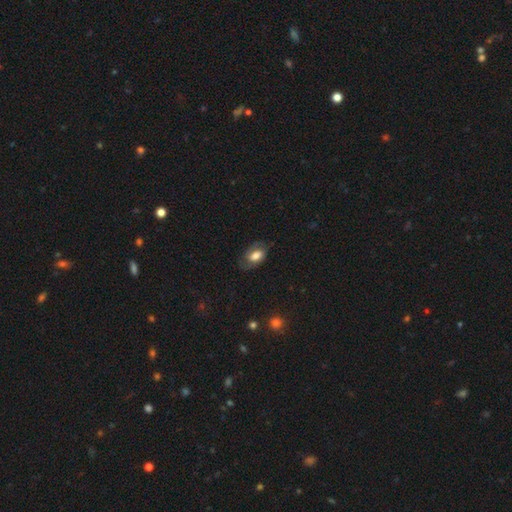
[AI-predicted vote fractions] smooth 57%, featured or disk 35%, star or artifact 8%. Down the decision tree: how rounded — in between (89%); merging — none (69%).